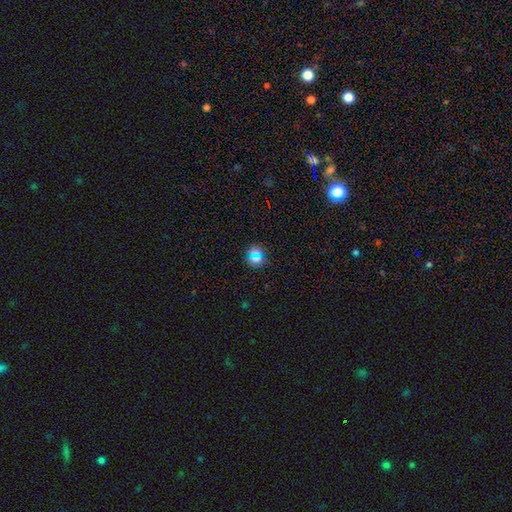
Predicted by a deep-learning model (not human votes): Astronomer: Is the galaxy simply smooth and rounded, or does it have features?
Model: smooth — 52% (runner-up: star or artifact, 40%).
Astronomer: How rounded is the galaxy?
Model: round — 86%.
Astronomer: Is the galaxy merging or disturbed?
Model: none — 83%.